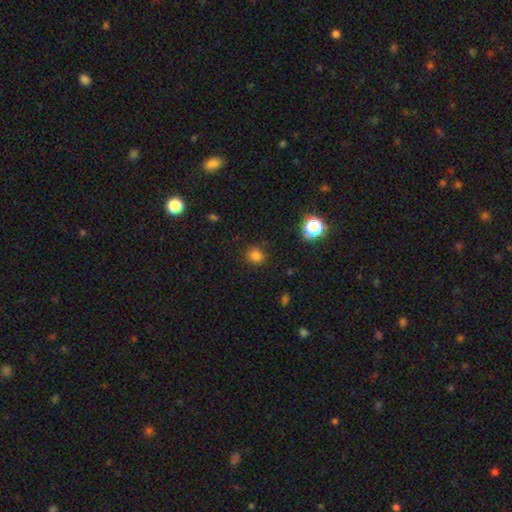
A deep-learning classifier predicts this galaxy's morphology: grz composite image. It shows a smooth galaxy with no disk features (78%) that is round (86%). Merging: none (85%).